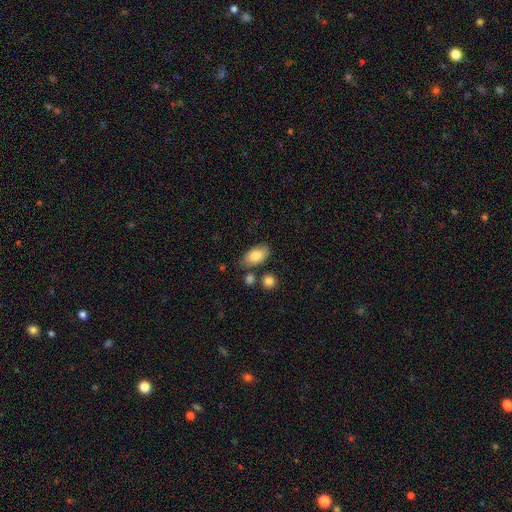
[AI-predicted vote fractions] This appears to be a smooth galaxy with no disk features (80%) that is in between round and cigar-shaped (92%). Merging: none (72%).